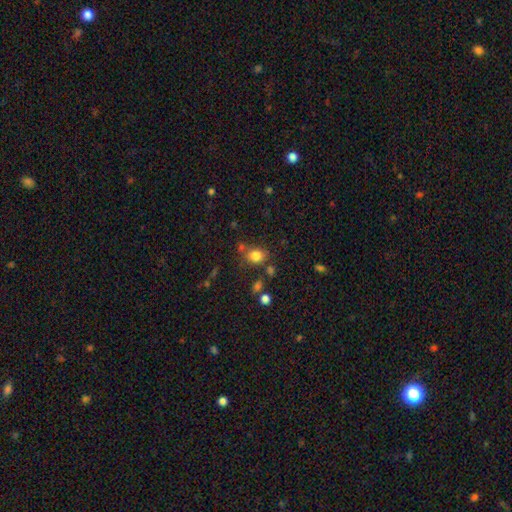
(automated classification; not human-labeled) This is likely a smooth galaxy (80%). How rounded: likely round (62%). Merging: likely none (69%).